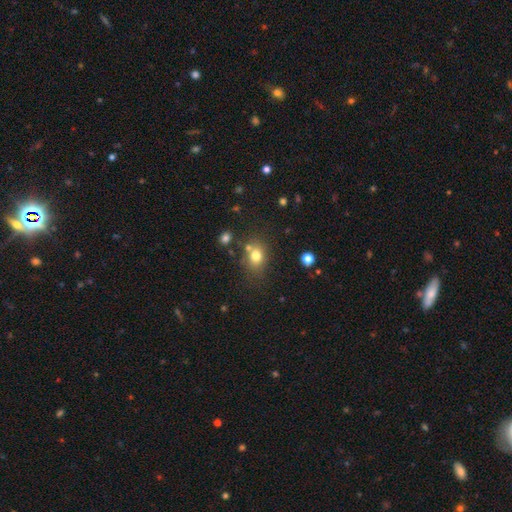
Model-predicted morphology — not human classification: Overall: smooth (76%). How rounded: in between (52%; round 47%). Merging: none (65%).